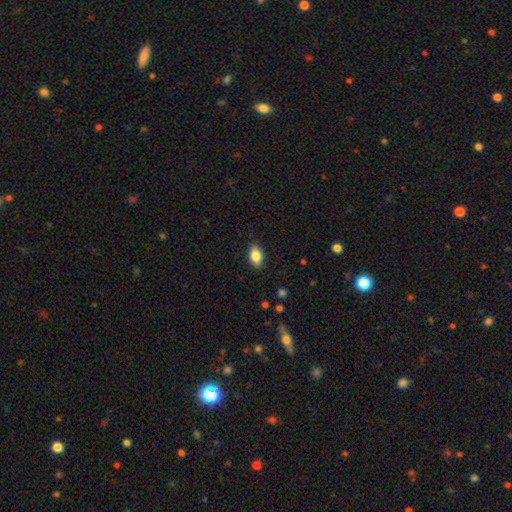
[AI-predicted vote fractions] Smooth or featured? smooth (83%)
How rounded? in between (88%)
Merging? none (87%)